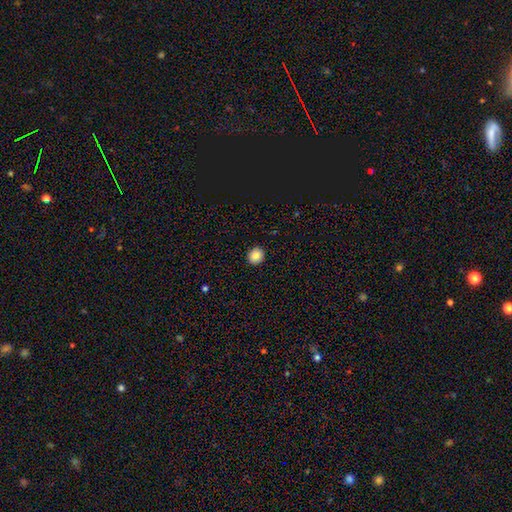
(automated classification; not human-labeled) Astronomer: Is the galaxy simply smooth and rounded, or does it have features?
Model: smooth — 84%.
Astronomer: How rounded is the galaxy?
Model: round — 83%.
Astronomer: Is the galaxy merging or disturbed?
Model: none — 92%.